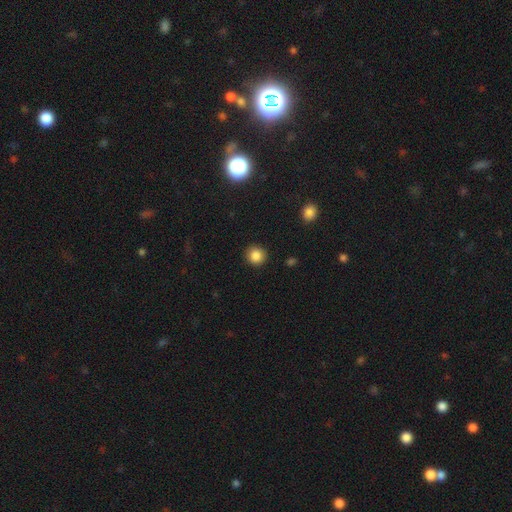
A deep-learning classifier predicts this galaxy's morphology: smooth 85%, star or artifact 10%, featured or disk 4%. Down the decision tree: how rounded — round (92%); merging — none (91%).